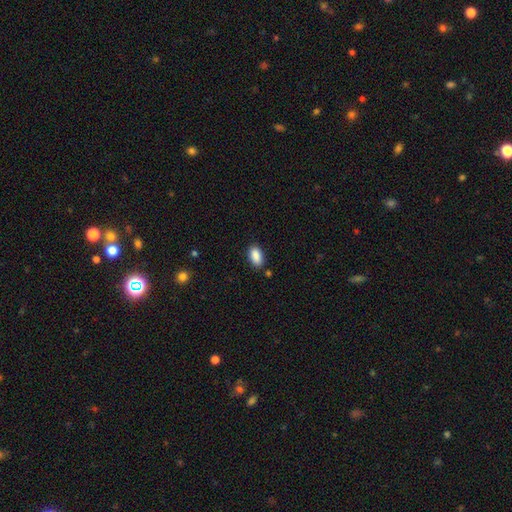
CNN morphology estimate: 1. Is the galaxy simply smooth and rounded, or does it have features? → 89% smooth, 7% star or artifact, 3% featured or disk.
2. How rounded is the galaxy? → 92% in between, 5% round, 3% cigar-shaped.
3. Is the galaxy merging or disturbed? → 86% none, 10% minor disturbance, 2% major disturbance, 2% merger.